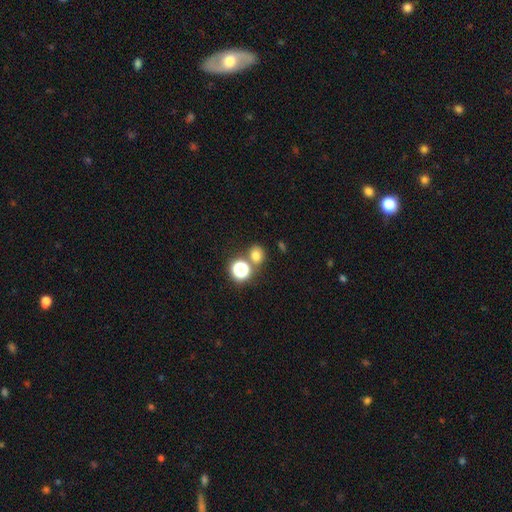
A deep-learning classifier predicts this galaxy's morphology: Smooth or featured? smooth (72%)
How rounded? round (70%)
Merging? none (71%)